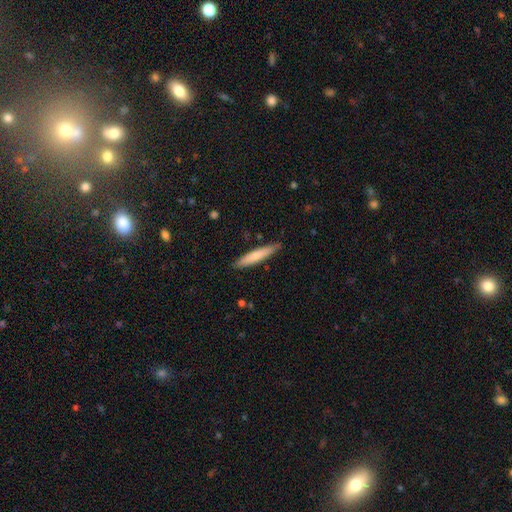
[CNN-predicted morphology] Smooth or featured: smooth — 72% (featured or disk — 22%)
How rounded: cigar-shaped — 91% (in between — 7%)
Merging: none — 85% (minor disturbance — 11%)